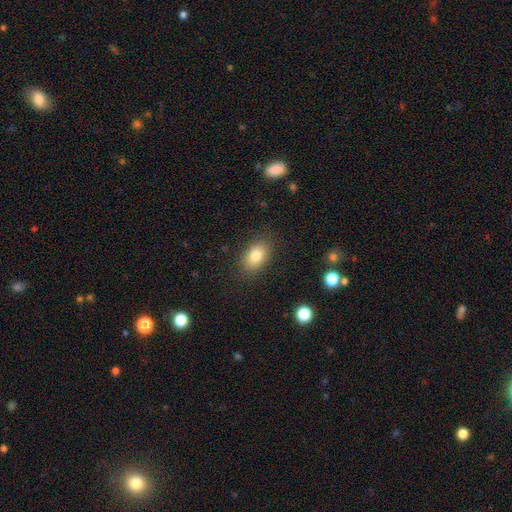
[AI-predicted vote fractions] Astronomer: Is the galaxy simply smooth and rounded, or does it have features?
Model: smooth — 81%.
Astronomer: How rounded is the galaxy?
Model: in between — 85%.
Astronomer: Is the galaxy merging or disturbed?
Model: none — 85%.